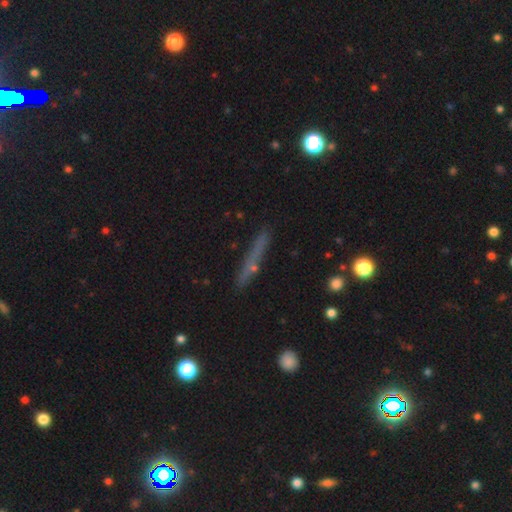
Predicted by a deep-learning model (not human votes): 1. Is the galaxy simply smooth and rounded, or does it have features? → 45% featured or disk, 36% smooth, 20% star or artifact.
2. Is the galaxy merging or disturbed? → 80% none, 13% minor disturbance, 4% major disturbance, 3% merger.